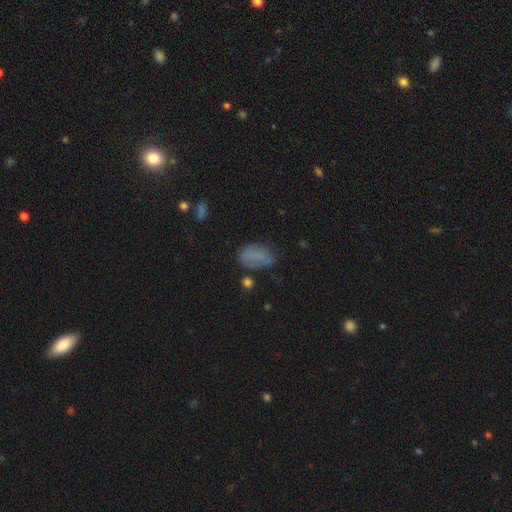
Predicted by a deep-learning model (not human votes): This appears to be a smooth galaxy with no disk features (76%) that is in between round and cigar-shaped (88%). Merging: none (59%).